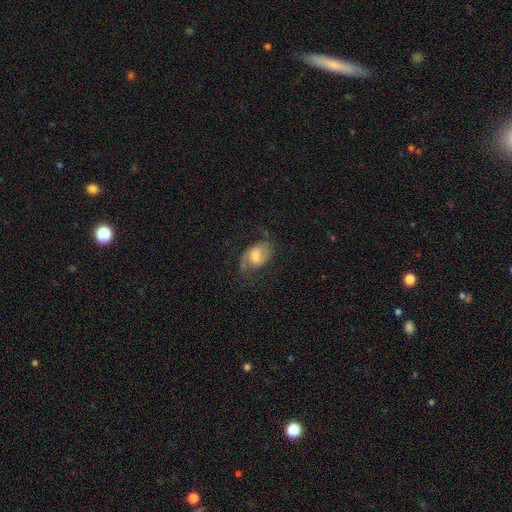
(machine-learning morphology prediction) type=featured or disk (66%); edge-on=no (96%); bar=weak (51%); spiral arms=yes (88%); winding=medium (45%); arm count=2 (82%); bulge=moderate (44%); merging=none (55%).